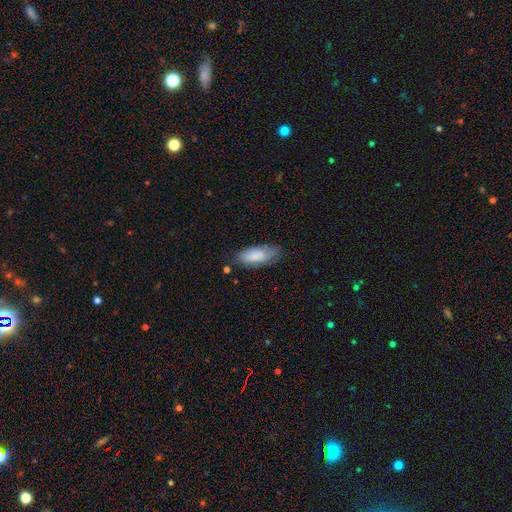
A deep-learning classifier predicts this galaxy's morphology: A smooth galaxy with no disk features (83%) that is in between round and cigar-shaped (85%).

Vote fractions:
- Smooth or featured? smooth: 83% / featured or disk: 11% / star or artifact: 7%
- How rounded? in between: 85% / cigar-shaped: 13% / round: 2%
- Merging? none: 65% / minor disturbance: 26% / major disturbance: 7% / merger: 2%